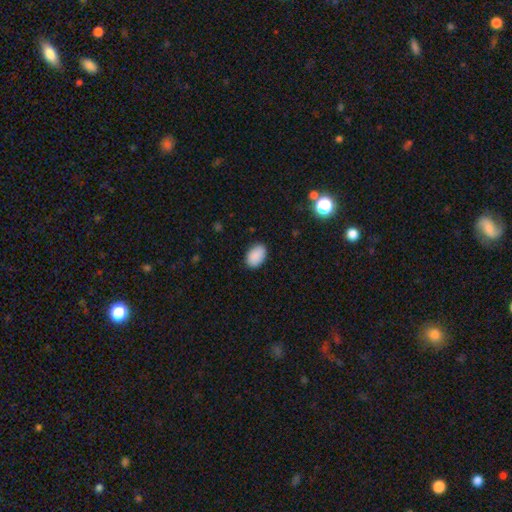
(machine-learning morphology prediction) Overall: smooth (89%). How rounded: in between (88%). Merging: none (85%).